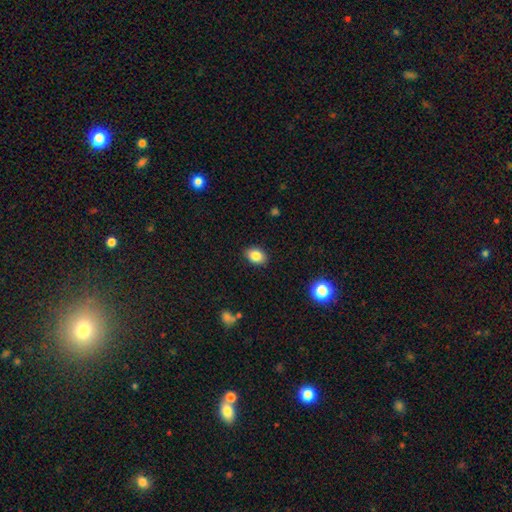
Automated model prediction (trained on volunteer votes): Overall: smooth (85%). How rounded: in between (76%). Merging: none (89%).